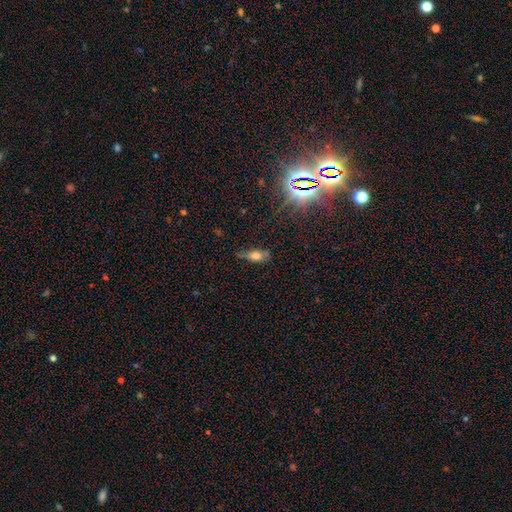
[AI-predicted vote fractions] A smooth galaxy with no disk features (62%) that is in between round and cigar-shaped (71%).

Vote fractions:
- Smooth or featured? smooth: 62% / featured or disk: 24% / star or artifact: 14%
- How rounded? in between: 71% / cigar-shaped: 24% / round: 6%
- Merging? none: 58% / minor disturbance: 29% / major disturbance: 10% / merger: 3%